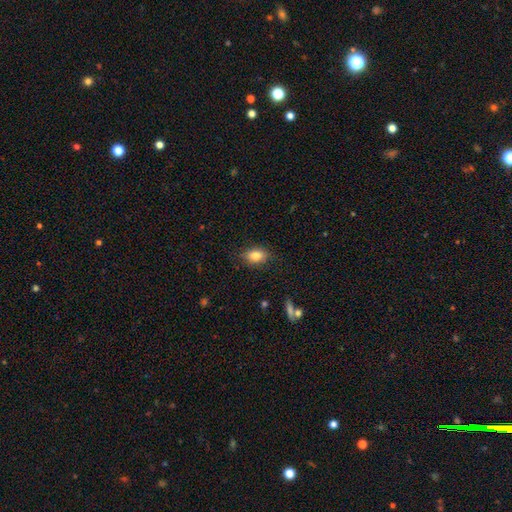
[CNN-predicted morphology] A smooth galaxy with no disk features (83%) that is in between round and cigar-shaped (82%).

Vote fractions:
- Smooth or featured? smooth: 83% / featured or disk: 9% / star or artifact: 8%
- How rounded? in between: 82% / round: 16% / cigar-shaped: 2%
- Merging? none: 83% / minor disturbance: 13% / major disturbance: 3% / merger: 1%